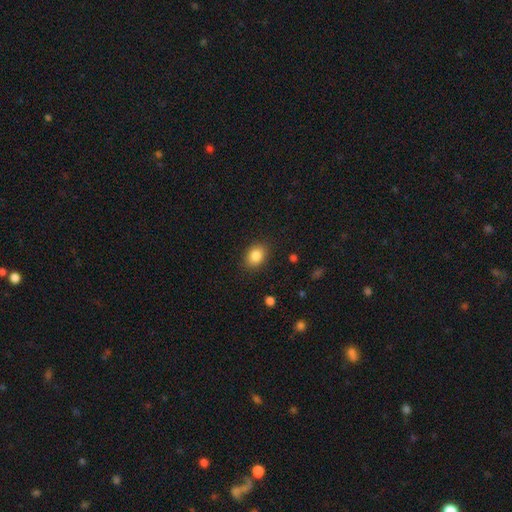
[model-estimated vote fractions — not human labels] Q: Smooth or featured?
A: smooth (85%); runner-up: star or artifact (9%)
Q: How rounded?
A: in between (62%); runner-up: round (37%)
Q: Merging?
A: none (86%); runner-up: minor disturbance (10%)